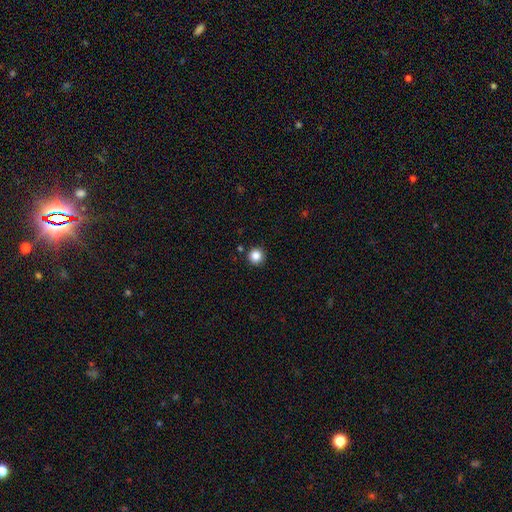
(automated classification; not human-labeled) A smooth galaxy with no disk features (85%) that is round (96%).

Vote fractions:
- Smooth or featured? smooth: 85% / star or artifact: 11% / featured or disk: 4%
- How rounded? round: 96% / in between: 3% / cigar-shaped: 1%
- Merging? none: 91% / minor disturbance: 5% / merger: 2% / major disturbance: 2%